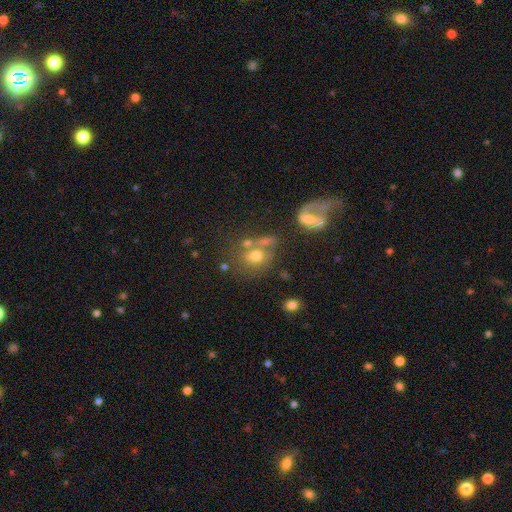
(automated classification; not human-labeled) Overall: smooth (58%; featured or disk 27%). How rounded: round (56%; in between 42%). Merging: none (40%; merger 32%).